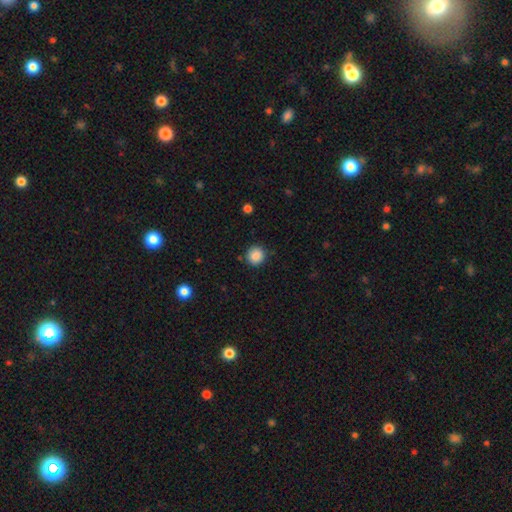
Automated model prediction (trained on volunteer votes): Smooth or featured: smooth — 87% (star or artifact — 10%)
How rounded: round — 93% (in between — 6%)
Merging: none — 89% (minor disturbance — 7%)